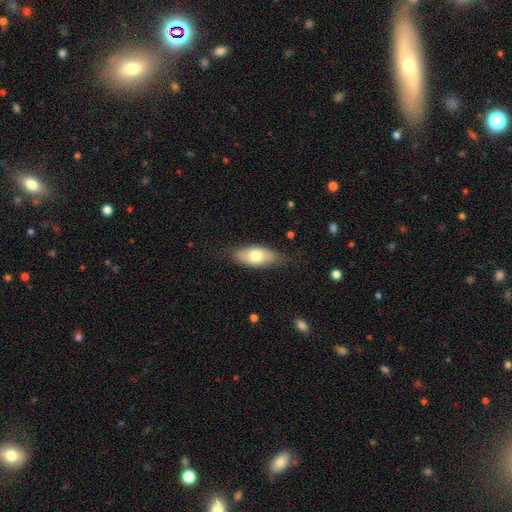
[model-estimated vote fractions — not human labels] Smooth or featured? smooth (71%)
How rounded? in between (87%)
Merging? none (77%)